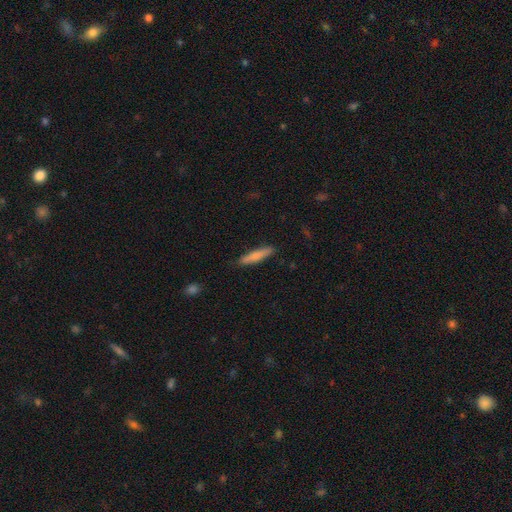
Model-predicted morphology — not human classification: This is likely a smooth galaxy (78%). How rounded: clearly cigar-shaped (86%). Merging: clearly none (87%).